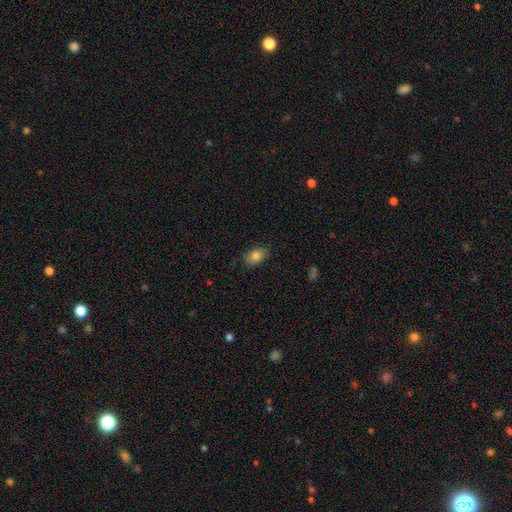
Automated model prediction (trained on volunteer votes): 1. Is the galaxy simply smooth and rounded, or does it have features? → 82% smooth, 10% featured or disk, 8% star or artifact.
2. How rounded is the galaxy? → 86% in between, 12% round, 2% cigar-shaped.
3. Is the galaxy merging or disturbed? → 82% none, 14% minor disturbance, 3% major disturbance, 1% merger.